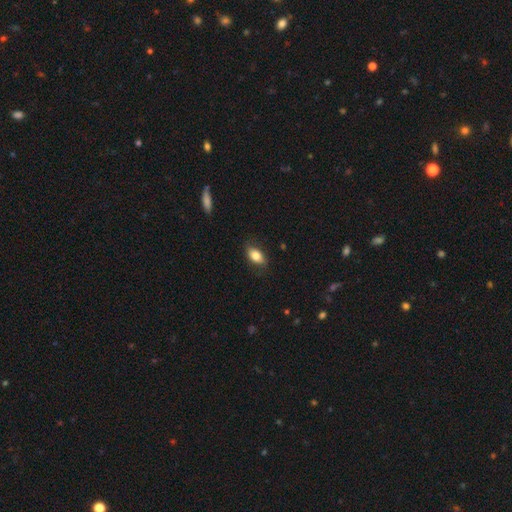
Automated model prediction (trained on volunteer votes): Q: Smooth or featured?
A: smooth (80%); runner-up: featured or disk (13%)
Q: How rounded?
A: in between (88%); runner-up: round (8%)
Q: Merging?
A: none (79%); runner-up: minor disturbance (16%)